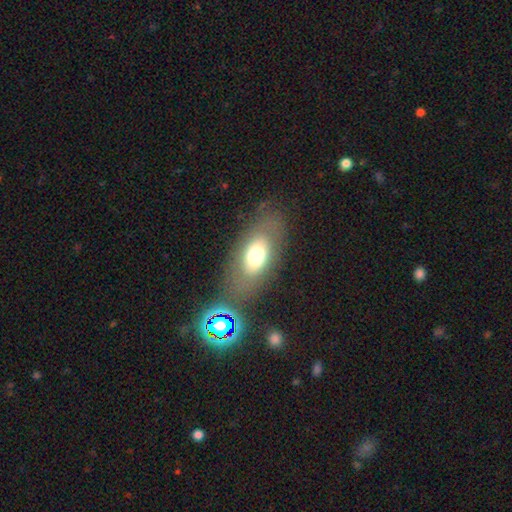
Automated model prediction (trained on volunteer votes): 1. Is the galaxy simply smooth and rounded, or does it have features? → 62% smooth, 27% featured or disk, 11% star or artifact.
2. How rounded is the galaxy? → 84% in between, 10% round, 6% cigar-shaped.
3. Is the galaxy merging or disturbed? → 72% none, 13% minor disturbance, 8% major disturbance, 7% merger.